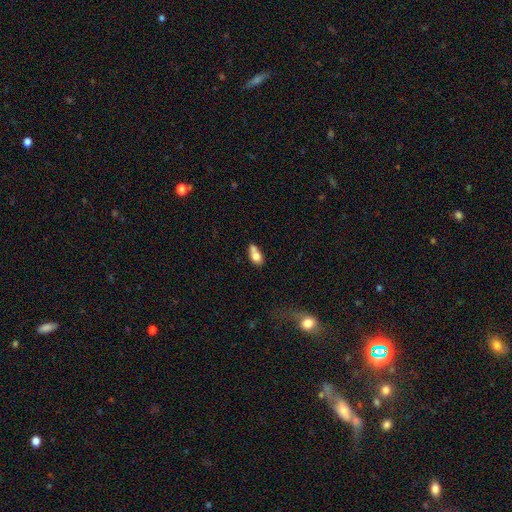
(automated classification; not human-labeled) This is likely a smooth galaxy (74%). How rounded: clearly in between (80%). Merging: marginally merger (43%).